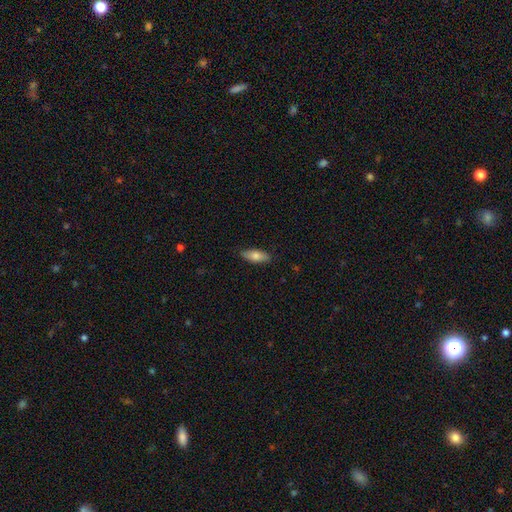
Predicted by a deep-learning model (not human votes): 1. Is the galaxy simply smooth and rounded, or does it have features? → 77% smooth, 16% featured or disk, 6% star or artifact.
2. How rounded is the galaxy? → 77% in between, 21% cigar-shaped, 2% round.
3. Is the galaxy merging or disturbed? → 86% none, 11% minor disturbance, 2% major disturbance, 1% merger.